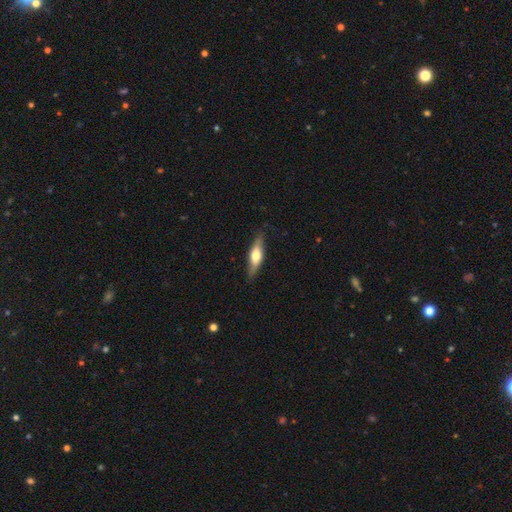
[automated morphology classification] Smooth or featured? Predicted: smooth (p=0.49). Merging? Predicted: none (p=0.83).